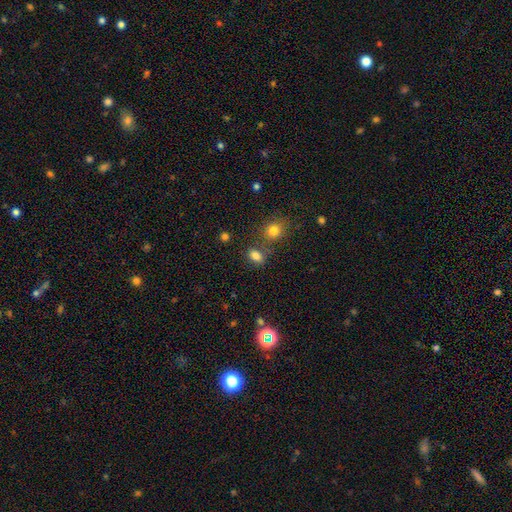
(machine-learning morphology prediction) Smooth or featured? smooth (82%)
How rounded? in between (76%)
Merging? none (70%)